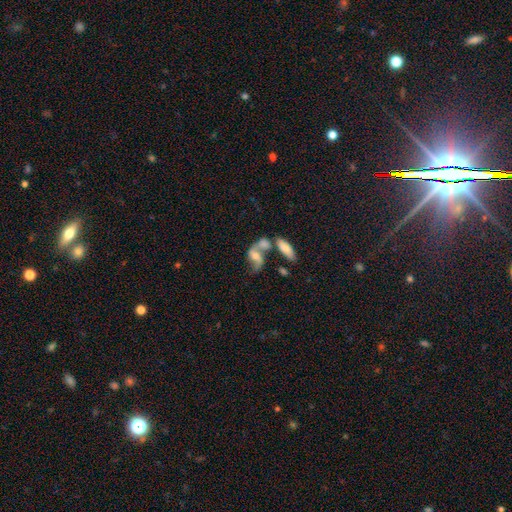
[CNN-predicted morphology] Smooth or featured? featured or disk (59%)
Edge-on disk? no (92%)
Bar? no (49%)
Spiral arms? yes (82%)
Bulge size? moderate (45%)
Merging? merger (49%)